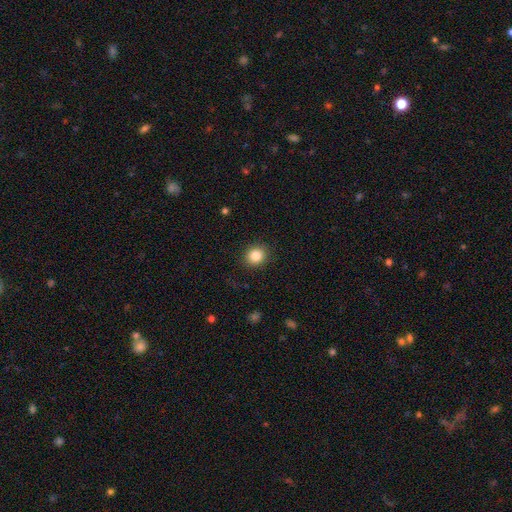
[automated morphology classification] This is clearly a smooth galaxy (85%). How rounded: likely round (79%). Merging: clearly none (90%).